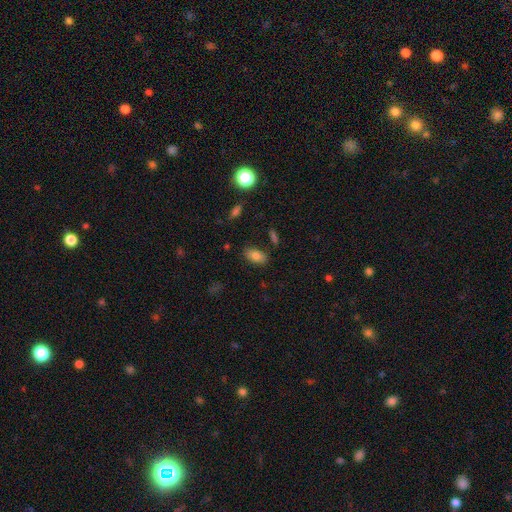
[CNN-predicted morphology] Smooth or featured? smooth (81%)
How rounded? in between (91%)
Merging? none (82%)